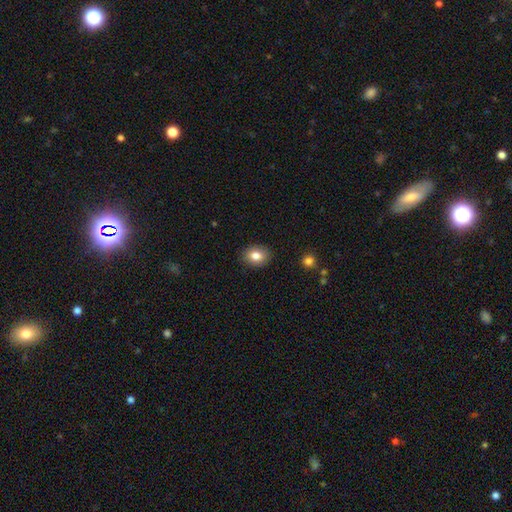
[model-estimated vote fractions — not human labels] A smooth galaxy with no disk features (82%) that is in between round and cigar-shaped (57%). Merging: none (89%).